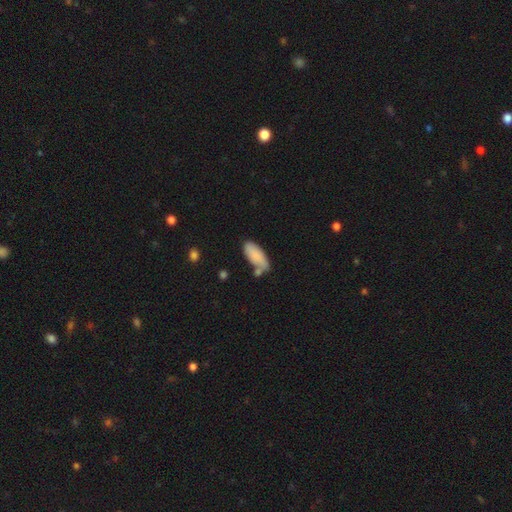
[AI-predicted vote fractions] Smooth or featured?
  - smooth: 82% *
  - featured or disk: 11%
  - star or artifact: 7%
How rounded?
  - in between: 82% *
  - cigar-shaped: 16%
  - round: 2%
Merging?
  - none: 52% *
  - minor disturbance: 23%
  - merger: 18%
  - major disturbance: 7%